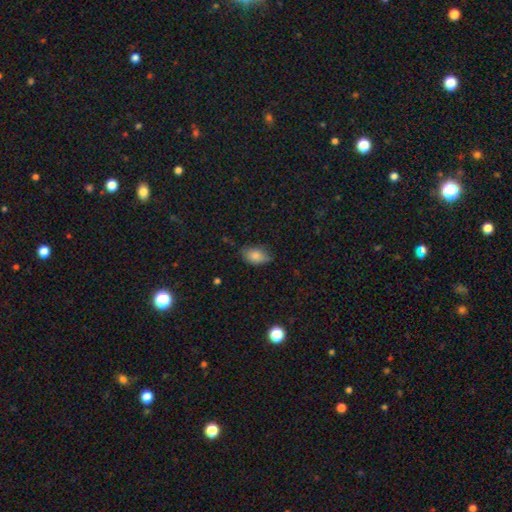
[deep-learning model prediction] Q: Smooth or featured?
A: smooth (83%); runner-up: featured or disk (8%)
Q: How rounded?
A: in between (90%); runner-up: round (7%)
Q: Merging?
A: none (71%); runner-up: minor disturbance (24%)